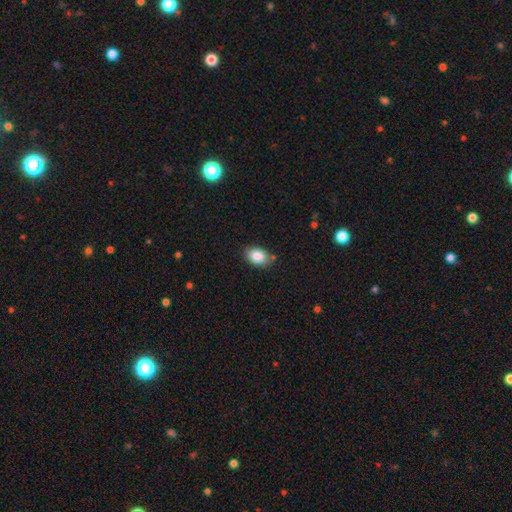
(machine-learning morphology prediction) This is clearly a smooth galaxy (86%). How rounded: clearly in between (84%). Merging: clearly none (81%).